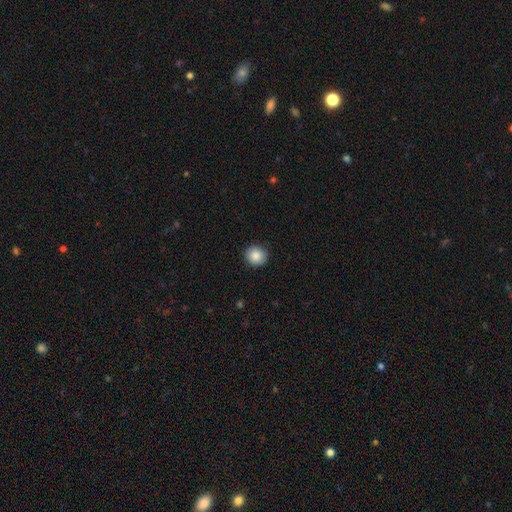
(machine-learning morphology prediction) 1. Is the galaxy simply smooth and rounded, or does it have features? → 86% smooth, 8% star or artifact, 5% featured or disk.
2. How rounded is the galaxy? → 91% round, 8% in between, 1% cigar-shaped.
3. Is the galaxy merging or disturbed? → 90% none, 7% minor disturbance, 2% major disturbance, 1% merger.